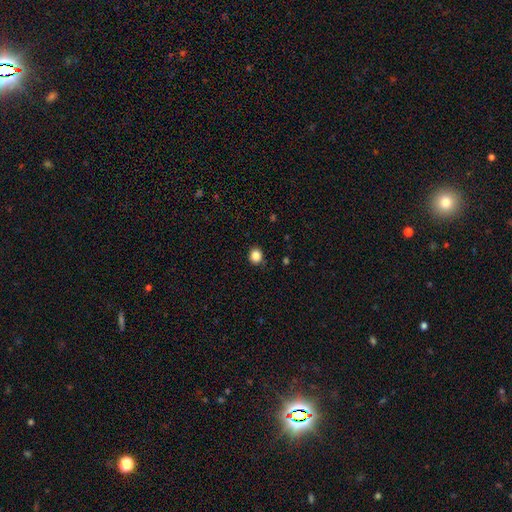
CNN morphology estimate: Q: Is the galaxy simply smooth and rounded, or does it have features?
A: smooth — 86%.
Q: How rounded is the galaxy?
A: round — 78%.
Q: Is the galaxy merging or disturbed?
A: none — 88%.